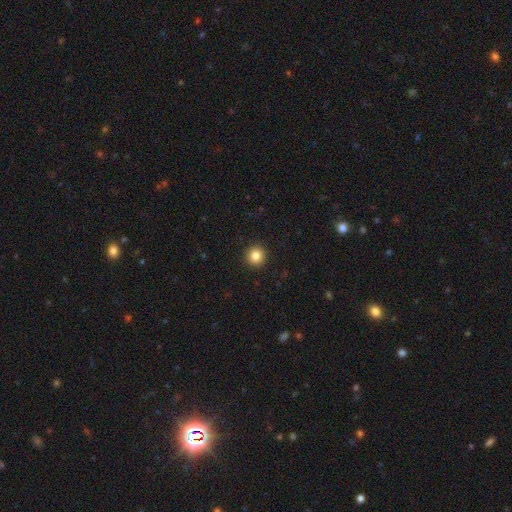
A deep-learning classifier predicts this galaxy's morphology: smooth 84%, star or artifact 11%, featured or disk 5%. Down the decision tree: how rounded — round (95%); merging — none (93%).